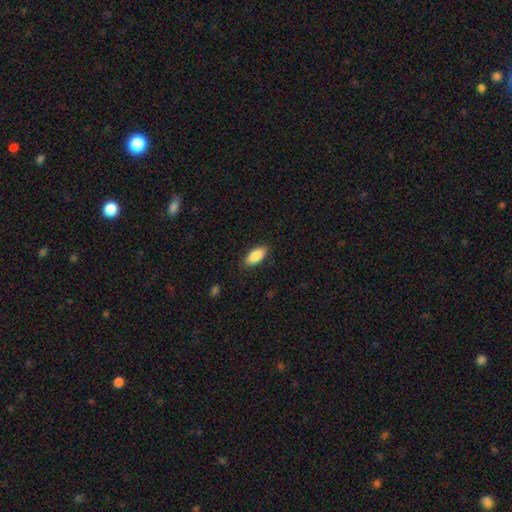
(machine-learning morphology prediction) Smooth or featured? smooth (88%)
How rounded? in between (88%)
Merging? none (85%)